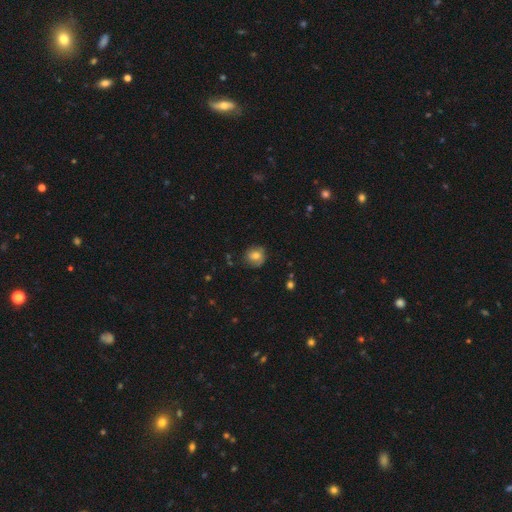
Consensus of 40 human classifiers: Smooth or featured: smooth — 70% (featured or disk — 22%)
How rounded: round — 82% (in between — 18%)
Merging: none — 65% (minor disturbance — 35%)